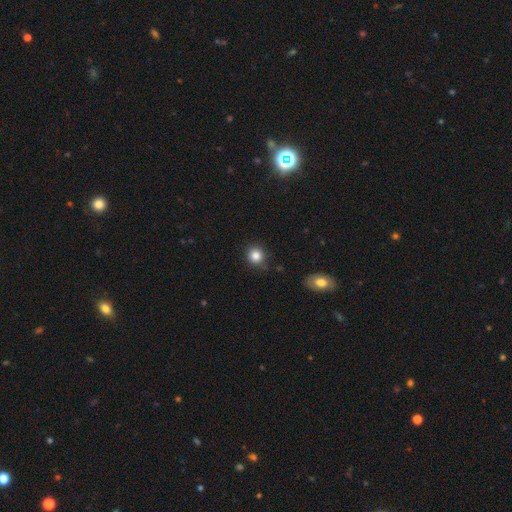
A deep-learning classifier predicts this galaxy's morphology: This is clearly a smooth galaxy (84%). How rounded: clearly round (89%). Merging: clearly none (86%).